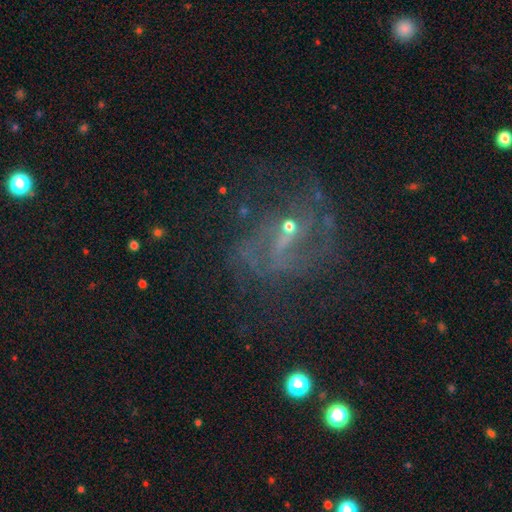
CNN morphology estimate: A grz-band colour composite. It shows a featured or disk galaxy (72%) with a weak bar (46%), 2 (44%) medium (41%) spiral arms (73%) and a small central bulge (63%). Merging: none (53%).